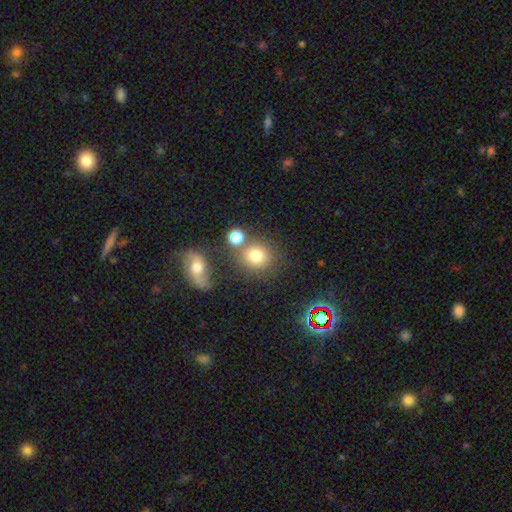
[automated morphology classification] Smooth or featured? Predicted: smooth (p=0.76). How rounded? Predicted: round (p=0.81). Merging? Predicted: none (p=0.64).